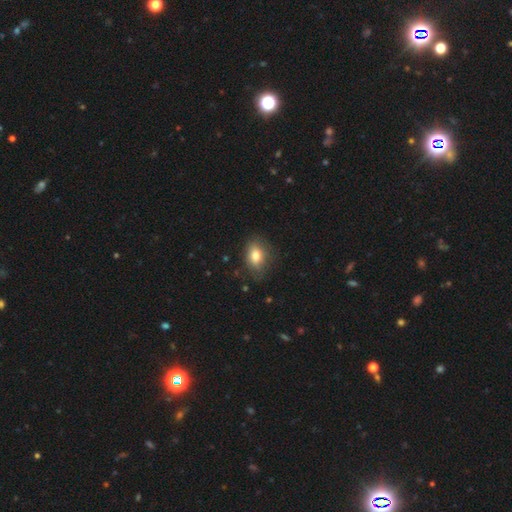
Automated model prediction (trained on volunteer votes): Smooth or featured: smooth — 78% (featured or disk — 13%)
How rounded: in between — 76% (round — 23%)
Merging: none — 71% (minor disturbance — 22%)